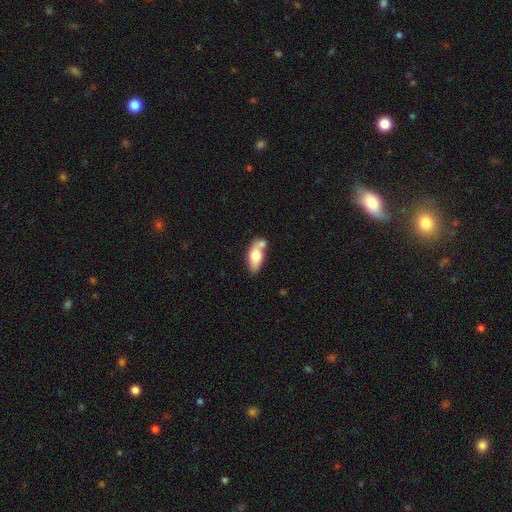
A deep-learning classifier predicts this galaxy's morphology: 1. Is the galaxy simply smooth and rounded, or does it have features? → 68% smooth, 26% featured or disk, 6% star or artifact.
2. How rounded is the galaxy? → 84% in between, 12% cigar-shaped, 5% round.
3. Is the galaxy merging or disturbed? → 41% none, 36% merger, 17% minor disturbance, 6% major disturbance.